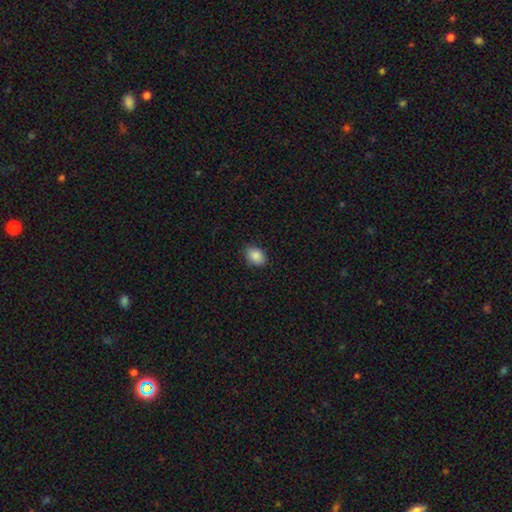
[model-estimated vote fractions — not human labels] The model was most divided on "how rounded": in between: 72%, round: 27%, cigar-shaped: 1%. More confident: smooth or featured — smooth (88%); merging — none (86%).